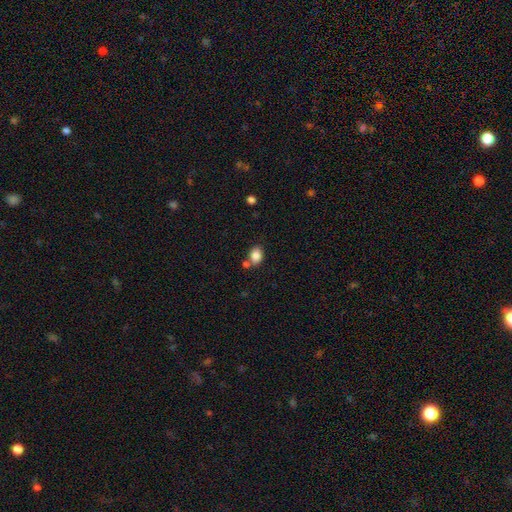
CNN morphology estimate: type=smooth (85%); roundness=in between (73%); merging=none (64%).